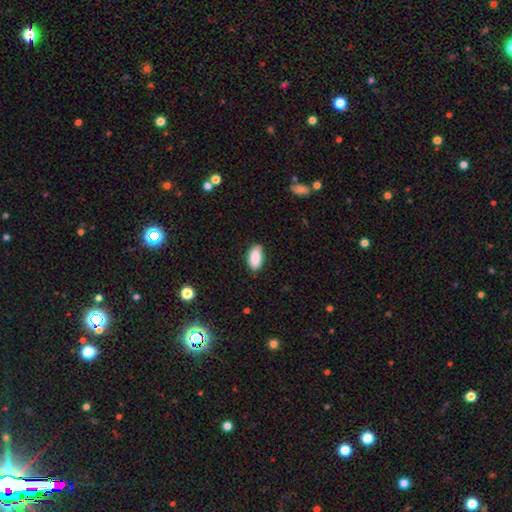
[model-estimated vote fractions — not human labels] Smooth or featured? Predicted: smooth (p=0.89). How rounded? Predicted: in between (p=0.94). Merging? Predicted: none (p=0.81).